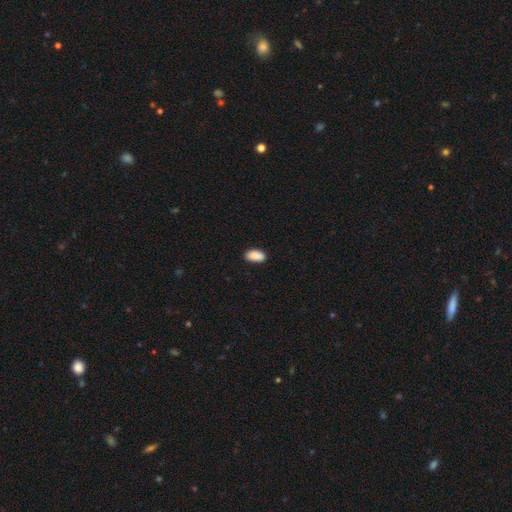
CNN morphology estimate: smooth-or-featured: smooth: 90% | star or artifact: 7% | featured or disk: 3%
  how-rounded: in between: 93% | cigar-shaped: 4% | round: 3%
  merging: none: 86% | minor disturbance: 11% | major disturbance: 2% | merger: 1%